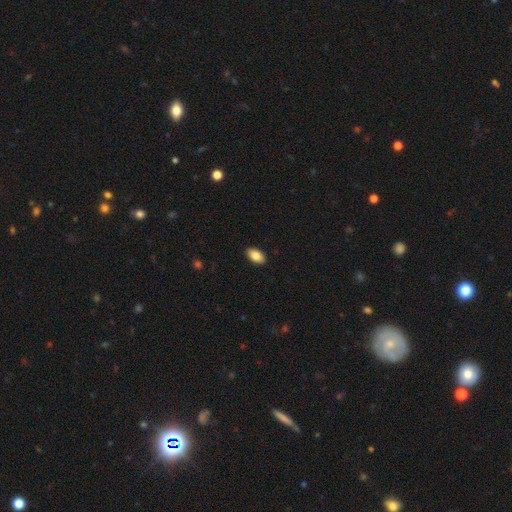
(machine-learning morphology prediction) type=smooth (85%); roundness=in between (93%); merging=none (90%).